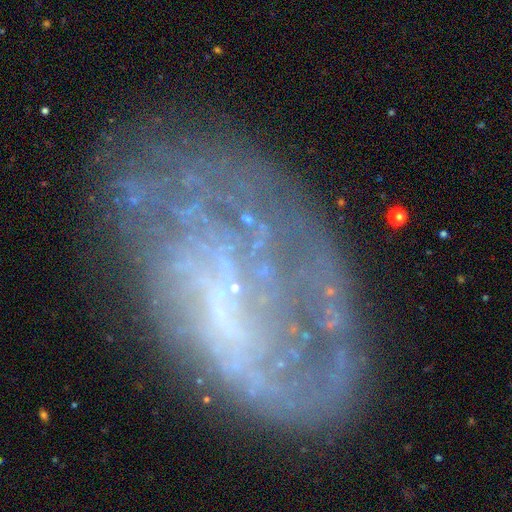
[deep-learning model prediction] Overall: featured or disk (70%). Edge-on disk: no (94%). Bar: no (61%; weak 26%). Spiral arms: yes (57%; no 43%). Bulge size: none (48%; small 37%). Merging: none (53%; major disturbance 22%).